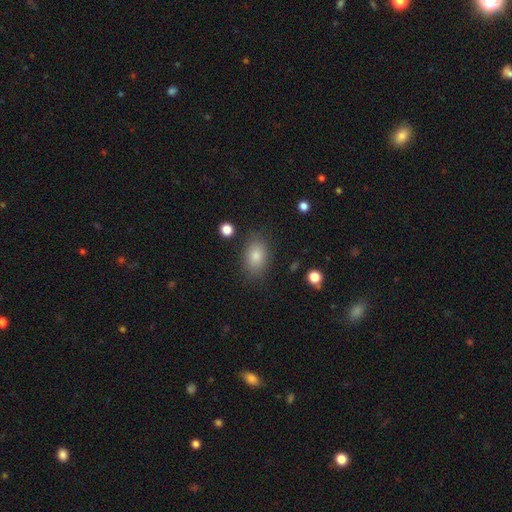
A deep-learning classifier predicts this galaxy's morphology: A smooth galaxy with no disk features (79%) that is in between round and cigar-shaped (84%).

Vote fractions:
- Smooth or featured? smooth: 79% / star or artifact: 11% / featured or disk: 10%
- How rounded? in between: 84% / round: 15% / cigar-shaped: 2%
- Merging? none: 85% / minor disturbance: 10% / major disturbance: 3% / merger: 2%